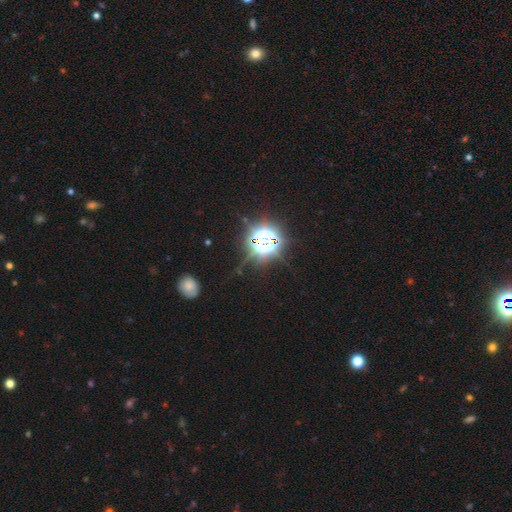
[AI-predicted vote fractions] smooth-or-featured: star or artifact: 84% | smooth: 11% | featured or disk: 5%